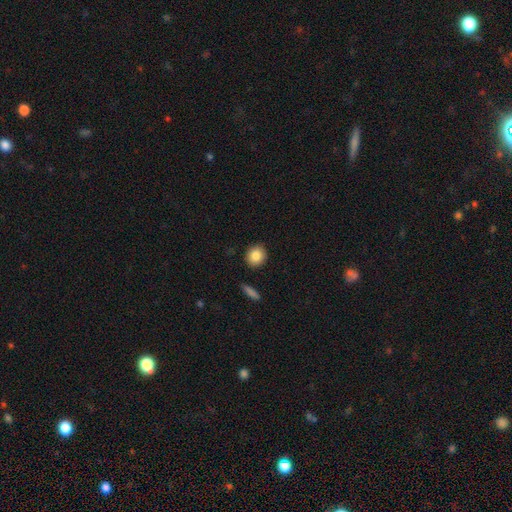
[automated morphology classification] A smooth galaxy with no disk features (86%) that is round (80%). Merging: none (89%).